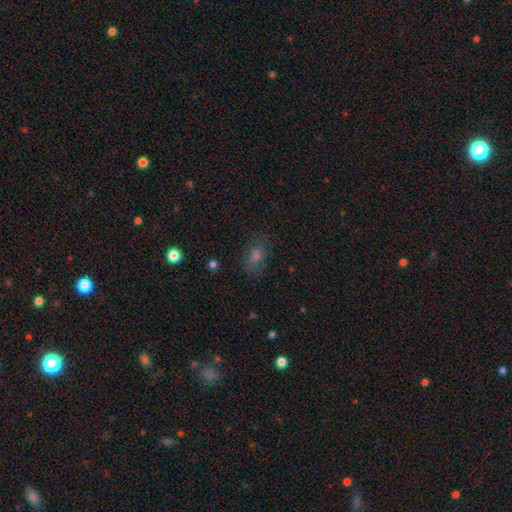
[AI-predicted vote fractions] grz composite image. It shows a smooth galaxy with no disk features (55%) that is in between round and cigar-shaped (74%). Merging: none (76%).